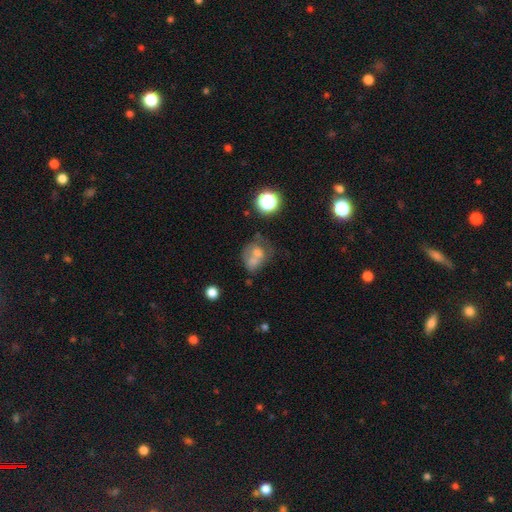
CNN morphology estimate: Smooth or featured? smooth (59%)
How rounded? round (58%)
Merging? merger (49%)